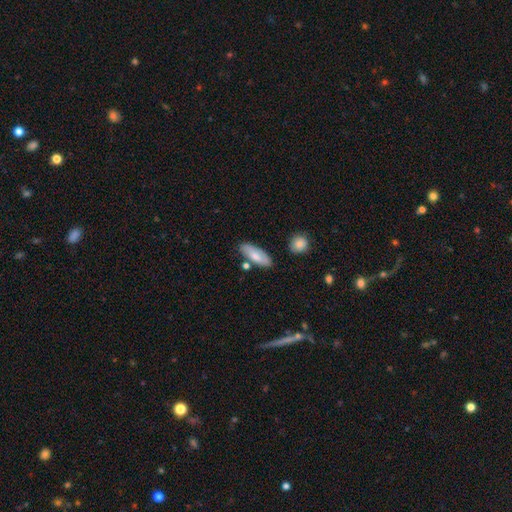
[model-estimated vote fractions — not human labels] The model was most divided on "how rounded": in between: 69%, cigar-shaped: 28%, round: 2%. More confident: merging — none (76%); smooth or featured — smooth (74%).